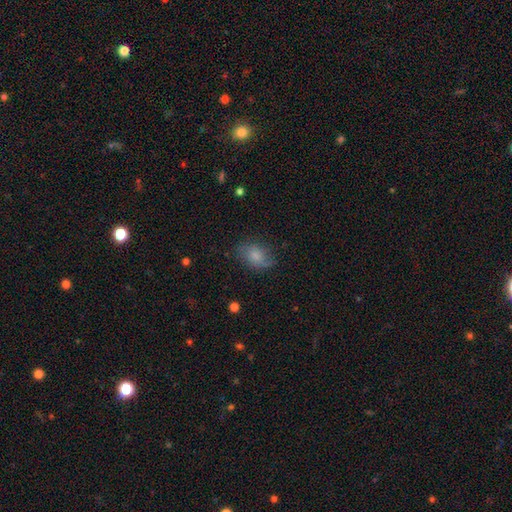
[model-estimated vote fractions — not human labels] Overall: smooth (73%). How rounded: in between (79%). Merging: none (66%).